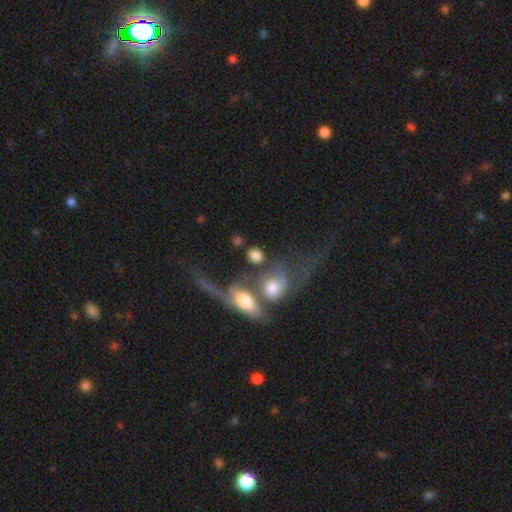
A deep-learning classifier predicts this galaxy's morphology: type=smooth (71%); roundness=round (56%); merging=none (38%, tied with merger).